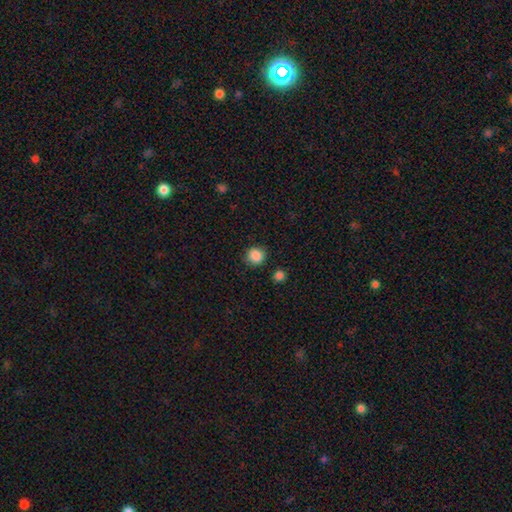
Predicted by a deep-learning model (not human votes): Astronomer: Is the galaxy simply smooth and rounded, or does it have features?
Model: smooth — 87%.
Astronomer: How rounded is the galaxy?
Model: round — 92%.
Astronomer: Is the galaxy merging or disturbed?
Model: none — 87%.